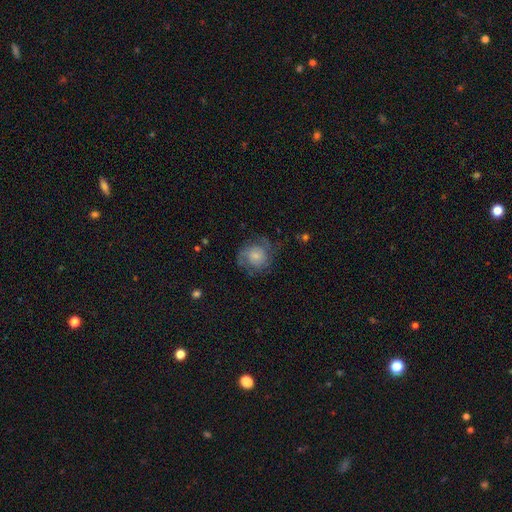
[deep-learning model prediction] Morphology: type=featured or disk (46%); merging=none (57%).